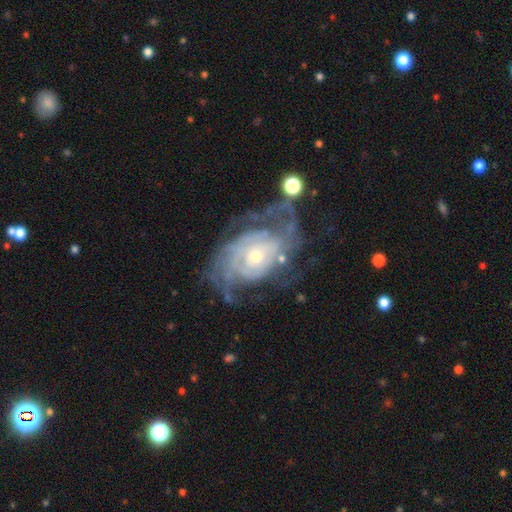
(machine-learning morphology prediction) smooth-or-featured: featured or disk: 88% | smooth: 6% | star or artifact: 6%
  disk-edge-on: no: 97% | yes: 3%
    bar: no: 74% | weak: 21% | strong: 5%
    has-spiral-arms: yes: 94% | no: 6%
      spiral-winding: tight: 61% | medium: 29% | loose: 10%
      spiral-arm-count: can't tell: 37% | 2: 21% | 3: 16% | 4: 12% | more than 4: 7% | 1: 6%
    bulge-size: small: 58% | moderate: 37% | large: 2% | none: 1% | dominant: 1%
  merging: none: 54% | major disturbance: 21% | minor disturbance: 21% | merger: 4%